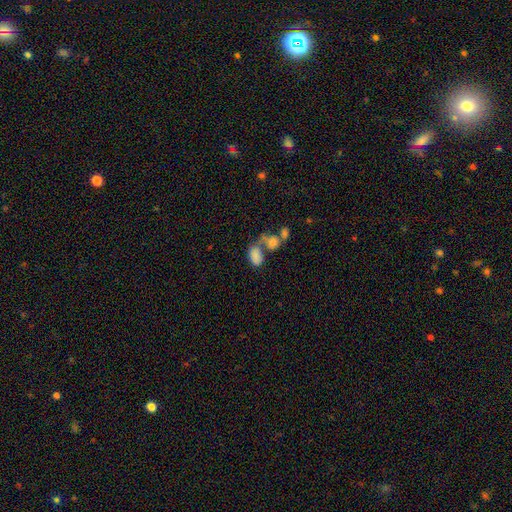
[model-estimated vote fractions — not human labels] The model was most divided on "merging": merger: 55%, none: 25%, minor disturbance: 10%, major disturbance: 10%. More confident: how rounded — in between (88%); smooth or featured — smooth (78%).